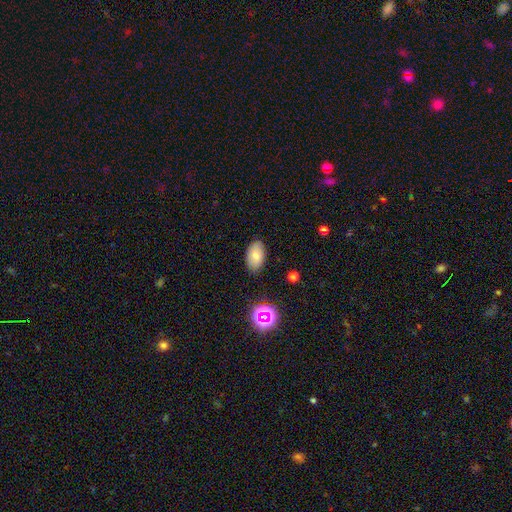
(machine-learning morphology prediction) type=smooth (77%); roundness=in between (93%); merging=none (85%).